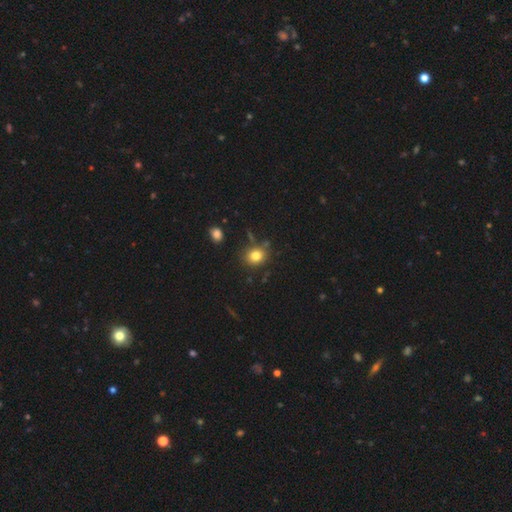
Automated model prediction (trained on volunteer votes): Smooth or featured: smooth — 81% (star or artifact — 12%)
How rounded: round — 67% (in between — 32%)
Merging: none — 79% (minor disturbance — 12%)